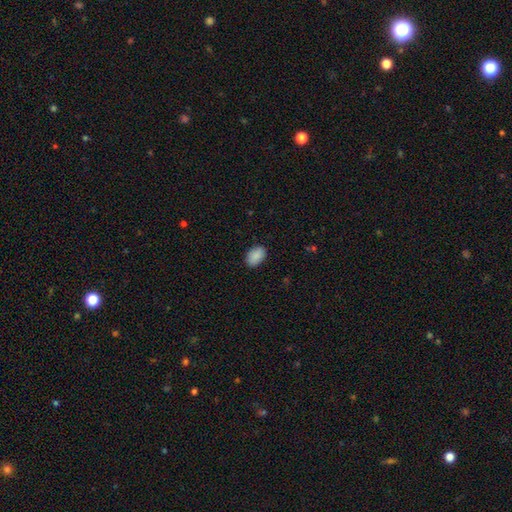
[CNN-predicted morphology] Smooth or featured? Predicted: smooth (p=0.90). How rounded? Predicted: in between (p=0.89). Merging? Predicted: none (p=0.87).